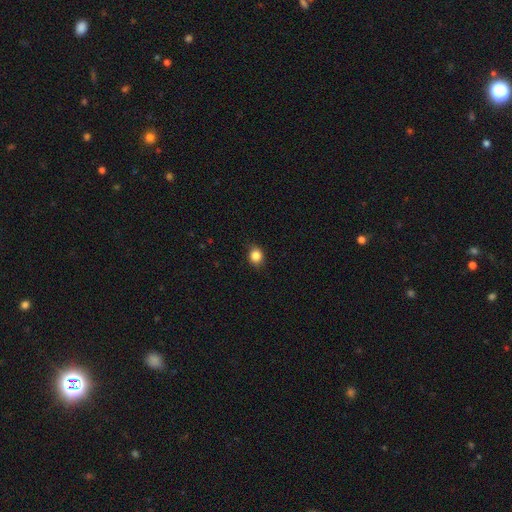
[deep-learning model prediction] Morphology: type=smooth (85%); roundness=round (63%); merging=none (86%).